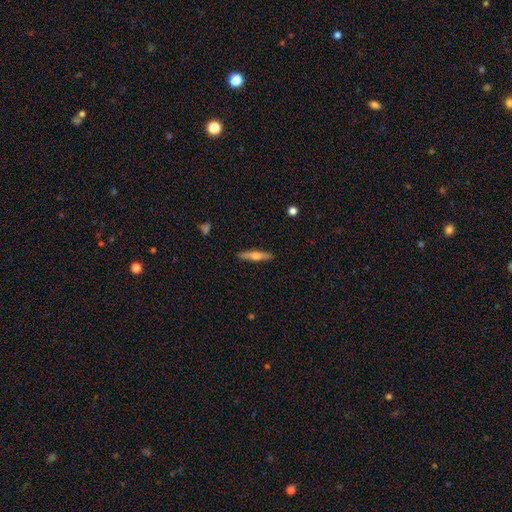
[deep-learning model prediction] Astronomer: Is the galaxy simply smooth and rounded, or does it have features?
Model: smooth — 48% (runner-up: featured or disk, 45%).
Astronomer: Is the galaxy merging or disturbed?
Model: none — 89%.